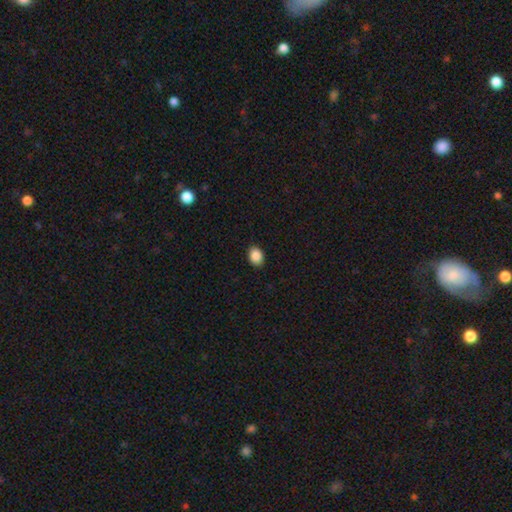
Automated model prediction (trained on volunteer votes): A smooth galaxy with no disk features (89%) that is in between round and cigar-shaped (71%).

Vote fractions:
- Smooth or featured? smooth: 89% / star or artifact: 8% / featured or disk: 3%
- How rounded? in between: 71% / round: 28% / cigar-shaped: 1%
- Merging? none: 89% / minor disturbance: 8% / major disturbance: 2% / merger: 1%